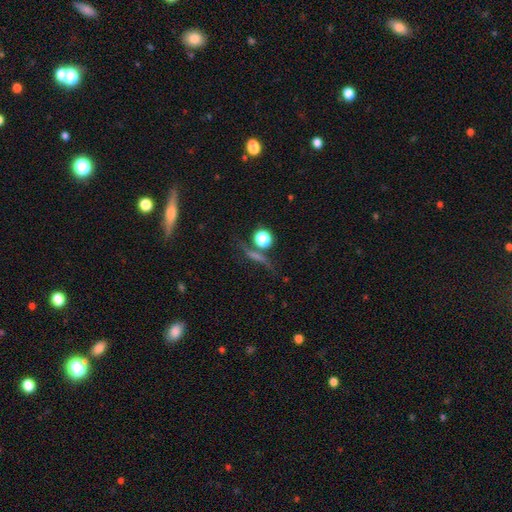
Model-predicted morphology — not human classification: This is marginally a featured or disk galaxy (39%). Merging: likely none (71%).